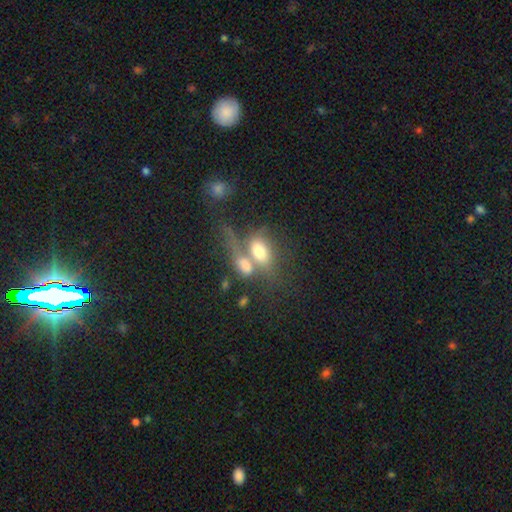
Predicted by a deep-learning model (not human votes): smooth_or_featured: smooth (p=0.55) [alt: featured or disk p=0.31]
how_rounded: in between (p=0.74) [alt: round p=0.14]
merging: merger (p=0.55) [alt: none p=0.25]